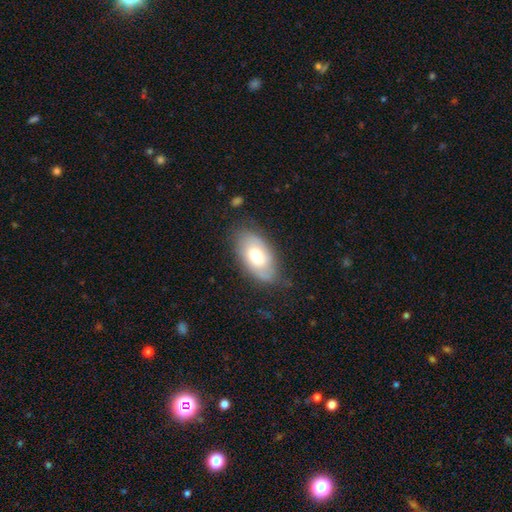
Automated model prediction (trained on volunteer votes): Smooth or featured?
  - smooth: 60% *
  - featured or disk: 33%
  - star or artifact: 7%
How rounded?
  - in between: 93% *
  - round: 4%
  - cigar-shaped: 3%
Merging?
  - none: 70% *
  - minor disturbance: 22%
  - major disturbance: 6%
  - merger: 1%